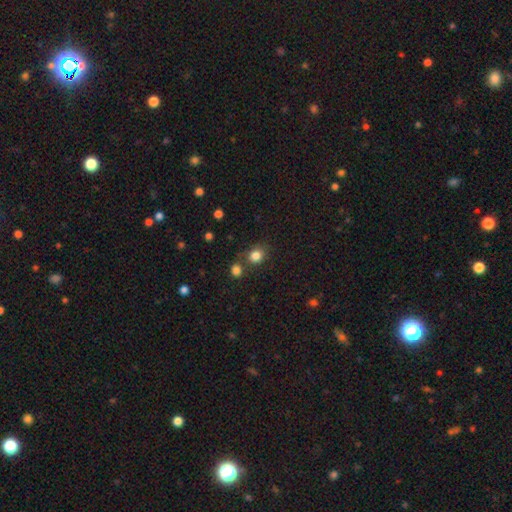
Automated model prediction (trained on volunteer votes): Smooth or featured? smooth (82%)
How rounded? round (77%)
Merging? none (69%)